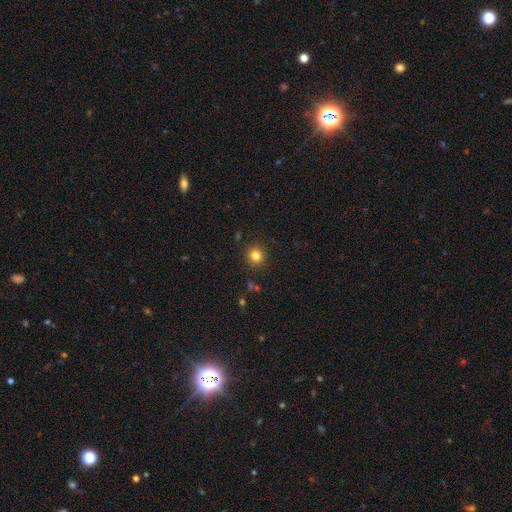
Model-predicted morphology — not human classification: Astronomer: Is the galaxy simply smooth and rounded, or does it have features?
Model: smooth — 82%.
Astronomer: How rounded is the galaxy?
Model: round — 92%.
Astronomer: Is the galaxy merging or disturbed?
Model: none — 90%.